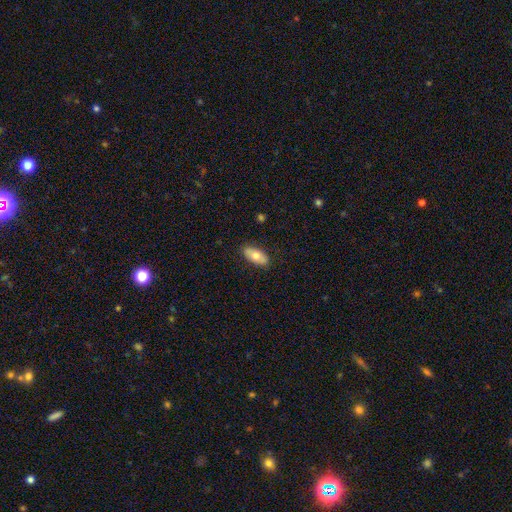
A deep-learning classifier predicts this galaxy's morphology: This appears to be a smooth galaxy with no disk features (72%) that is in between round and cigar-shaped (87%). Merging: none (86%).